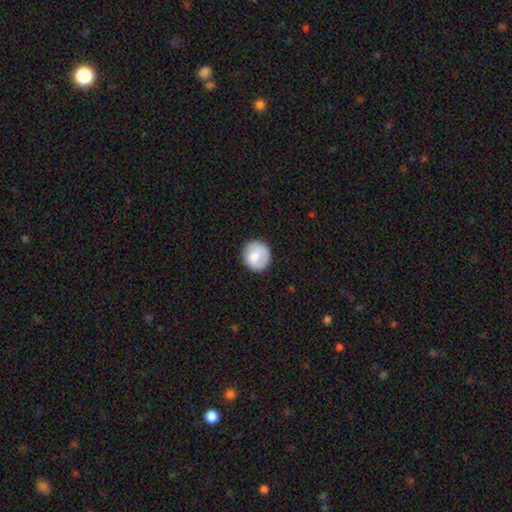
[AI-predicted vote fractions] Smooth or featured? smooth (78%)
How rounded? round (89%)
Merging? none (85%)